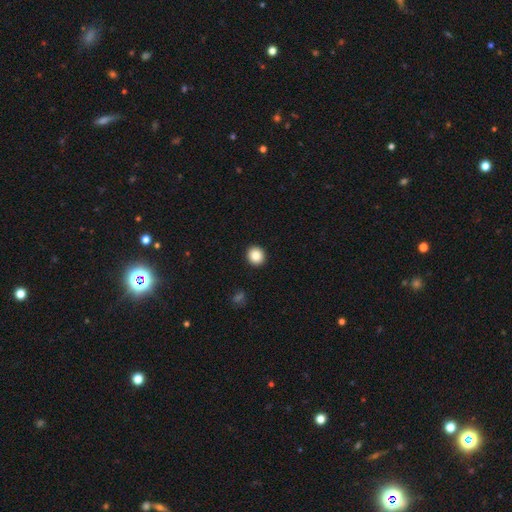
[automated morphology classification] Smooth or featured?
  - smooth: 86% *
  - star or artifact: 9%
  - featured or disk: 5%
How rounded?
  - round: 86% *
  - in between: 13%
  - cigar-shaped: 1%
Merging?
  - none: 93% *
  - minor disturbance: 4%
  - major disturbance: 2%
  - merger: 1%